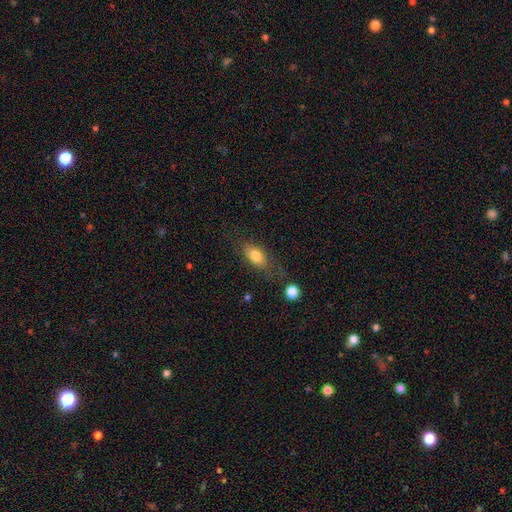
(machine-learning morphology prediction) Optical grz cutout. It shows a smooth galaxy with no disk features (78%) that is in between round and cigar-shaped (83%). Merging: none (66%).